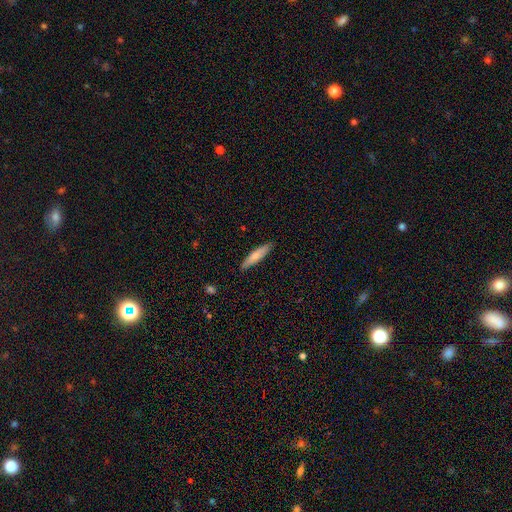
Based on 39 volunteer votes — Q: Smooth or featured?
A: smooth (79%); runner-up: featured or disk (21%)
Q: How rounded?
A: cigar-shaped (87%); runner-up: in between (13%)
Q: Merging?
A: none (92%); runner-up: minor disturbance (8%)